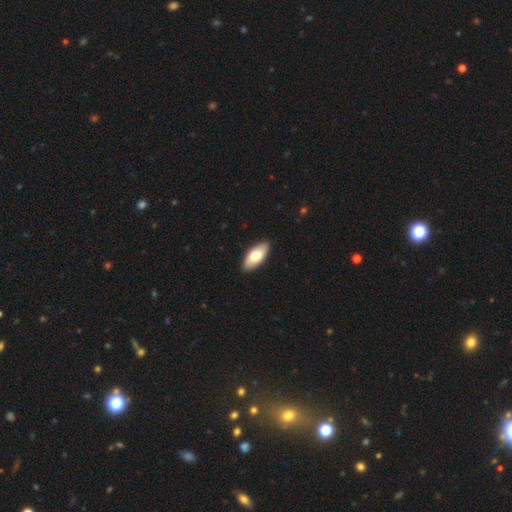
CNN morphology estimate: The model was most divided on "smooth or featured": smooth: 72%, featured or disk: 22%, star or artifact: 5%. More confident: merging — none (90%); how rounded — in between (89%).